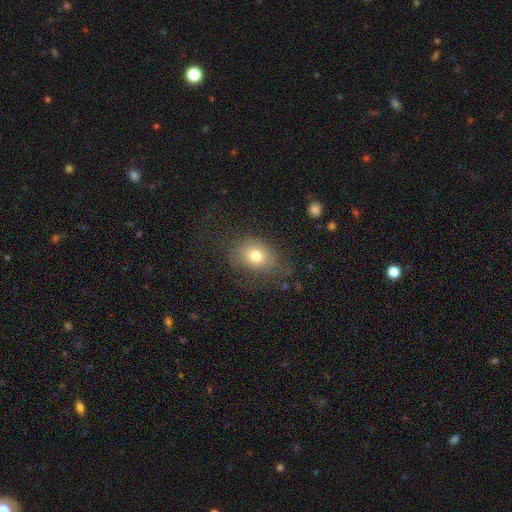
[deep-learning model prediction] Smooth or featured?
  - smooth: 75% *
  - featured or disk: 14%
  - star or artifact: 12%
How rounded?
  - in between: 54% *
  - round: 45%
  - cigar-shaped: 1%
Merging?
  - none: 64% *
  - minor disturbance: 21%
  - major disturbance: 14%
  - merger: 2%